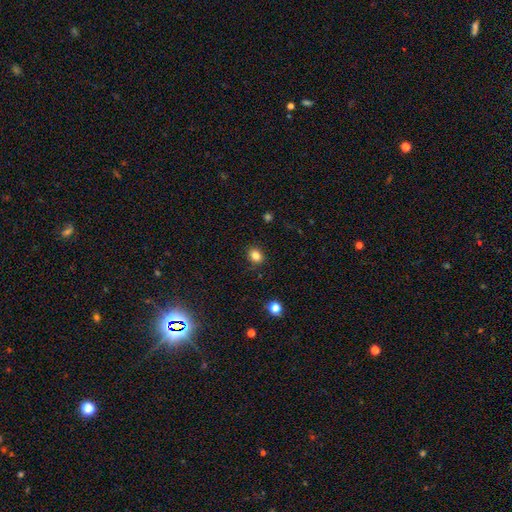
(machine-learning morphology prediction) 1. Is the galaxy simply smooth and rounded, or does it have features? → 83% smooth, 12% star or artifact, 5% featured or disk.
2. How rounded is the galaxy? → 54% in between, 45% round, 1% cigar-shaped.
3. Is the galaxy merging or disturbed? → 87% none, 9% minor disturbance, 2% major disturbance, 1% merger.